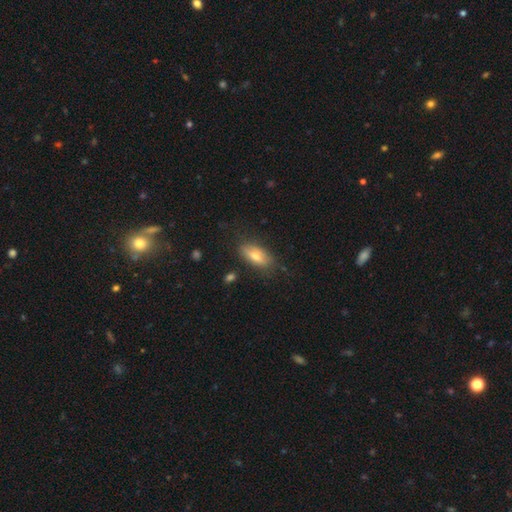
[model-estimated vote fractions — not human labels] This is likely a smooth galaxy (67%). How rounded: likely in between (78%). Merging: likely none (77%).